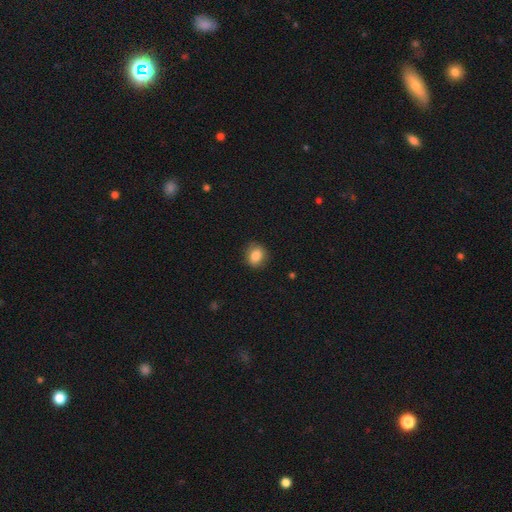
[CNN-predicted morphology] Overall: smooth (84%). How rounded: round (64%; in between 35%). Merging: none (84%).